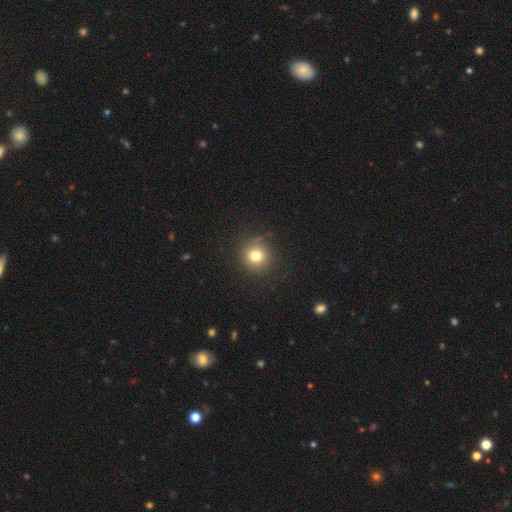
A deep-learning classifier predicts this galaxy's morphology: smooth 78%, star or artifact 13%, featured or disk 9%. Down the decision tree: how rounded — round (91%); merging — none (84%).